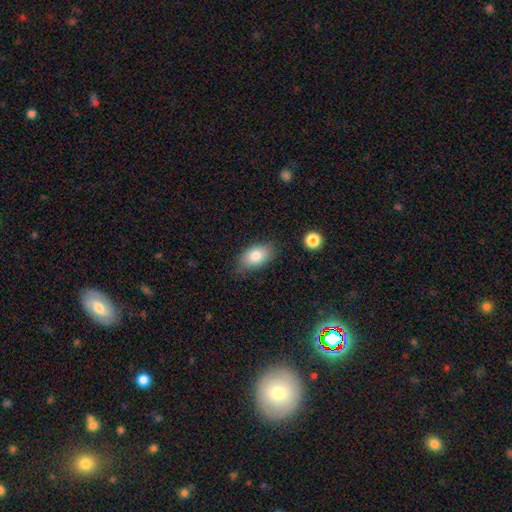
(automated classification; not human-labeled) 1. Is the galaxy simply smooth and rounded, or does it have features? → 81% smooth, 11% featured or disk, 8% star or artifact.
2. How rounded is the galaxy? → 91% in between, 7% round, 2% cigar-shaped.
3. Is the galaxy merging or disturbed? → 78% none, 16% minor disturbance, 4% major disturbance, 2% merger.